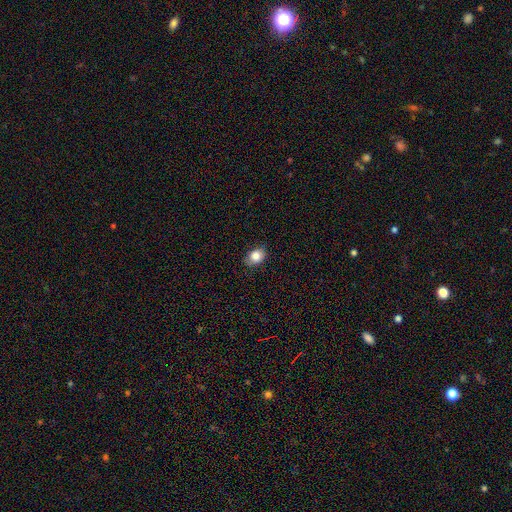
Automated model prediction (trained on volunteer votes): smooth 81%, featured or disk 10%, star or artifact 9%. Down the decision tree: how rounded — in between (71%); merging — none (82%).